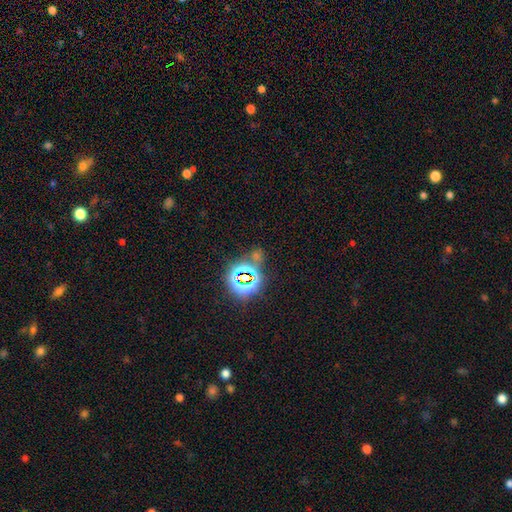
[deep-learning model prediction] This is likely a star or artifact rather than a galaxy (73%).